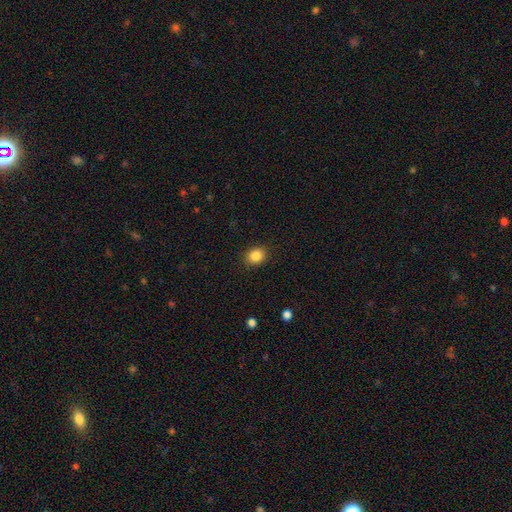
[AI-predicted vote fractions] Overall: smooth (85%). How rounded: round (64%; in between 35%). Merging: none (89%).